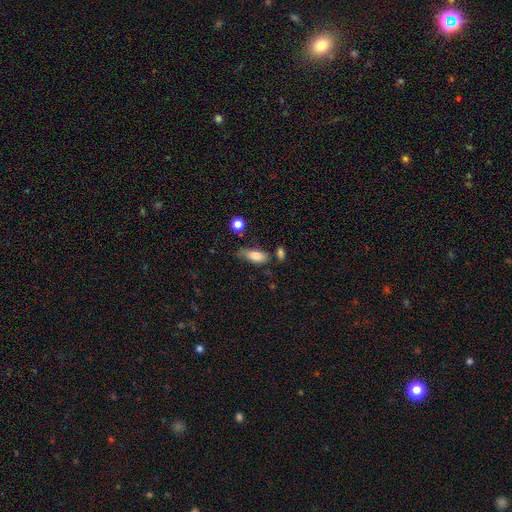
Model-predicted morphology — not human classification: This is likely a smooth galaxy (79%). How rounded: clearly in between (83%). Merging: possibly none (48%).